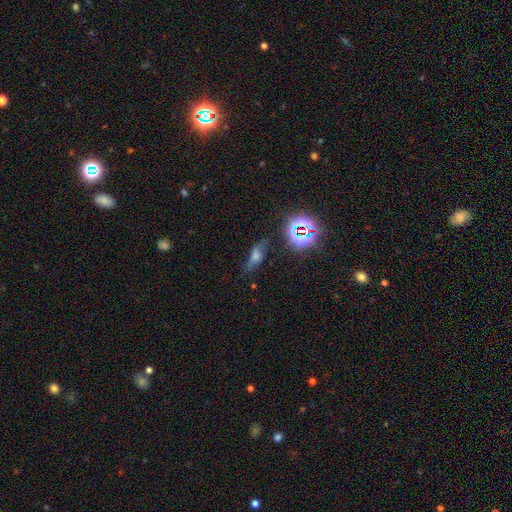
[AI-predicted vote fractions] A smooth galaxy with no disk features (37%). Merging: none (69%).